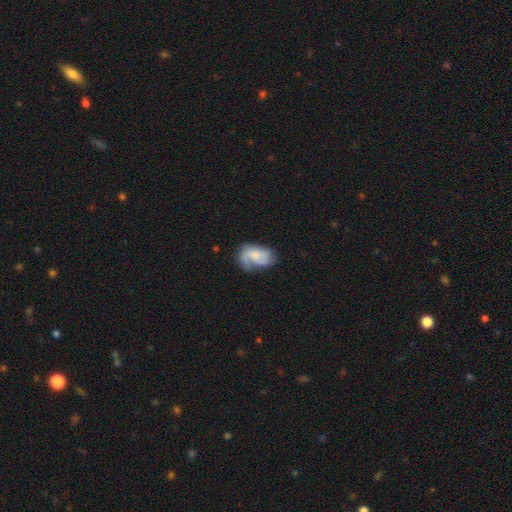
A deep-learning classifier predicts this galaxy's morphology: featured or disk 53%, smooth 40%, star or artifact 7%. Down the decision tree: edge-on disk — no (97%); bar — no (69%); spiral arms — yes (82%); bulge size — small (39%); merging — none (45%).